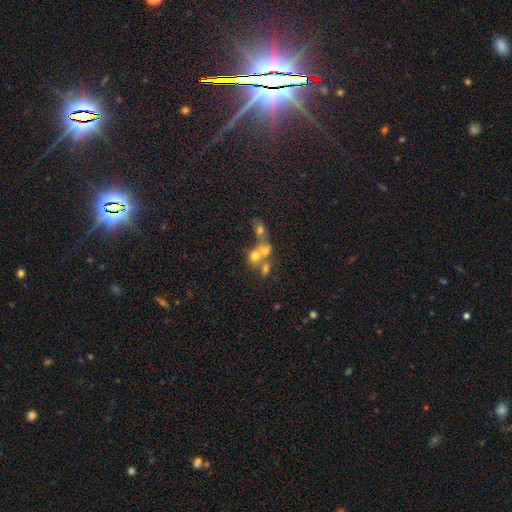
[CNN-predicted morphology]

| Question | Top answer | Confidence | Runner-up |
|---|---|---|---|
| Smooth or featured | smooth | 58% | featured or disk (26%) |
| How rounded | round | 67% | in between (32%) |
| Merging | merger | 61% | none (26%) |